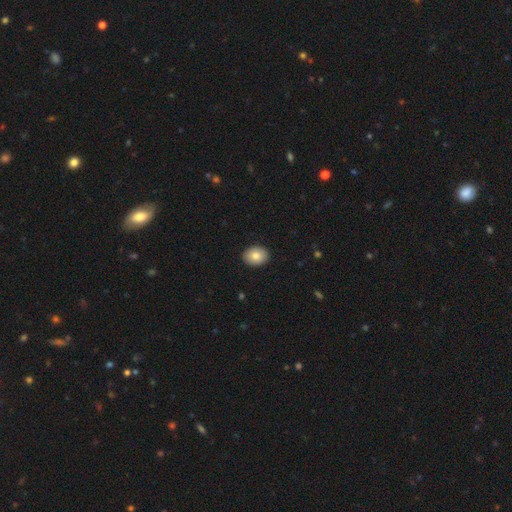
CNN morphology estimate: The model was most divided on "how rounded": in between: 66%, round: 33%, cigar-shaped: 1%. More confident: merging — none (91%); smooth or featured — smooth (81%).